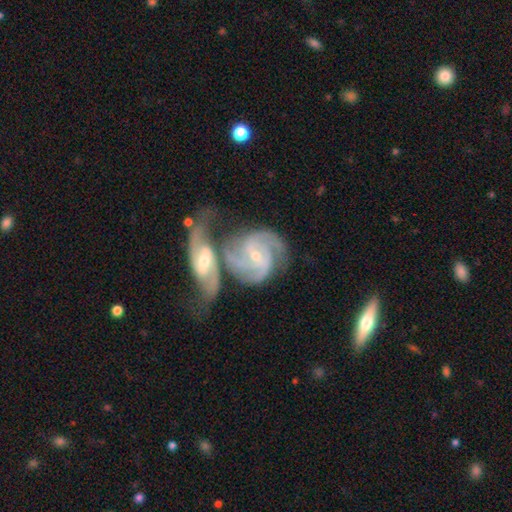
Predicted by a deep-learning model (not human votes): Overall: featured or disk (90%). Edge-on disk: no (97%). Bar: weak (43%; no 38%). Spiral arms: yes (98%). Spiral arm count: 3 (37%; 2 31%). Spiral winding: medium (46%; tight 44%). Bulge size: small (63%; moderate 34%). Merging: merger (50%; none 31%).